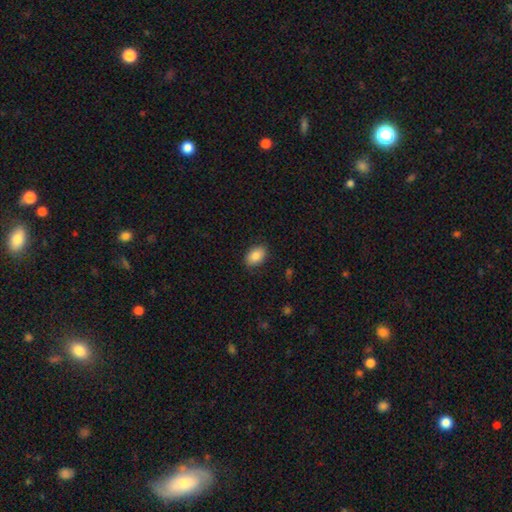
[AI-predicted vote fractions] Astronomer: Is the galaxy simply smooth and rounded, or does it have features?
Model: smooth — 86%.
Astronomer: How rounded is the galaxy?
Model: in between — 88%.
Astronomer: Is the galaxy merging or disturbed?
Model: none — 87%.